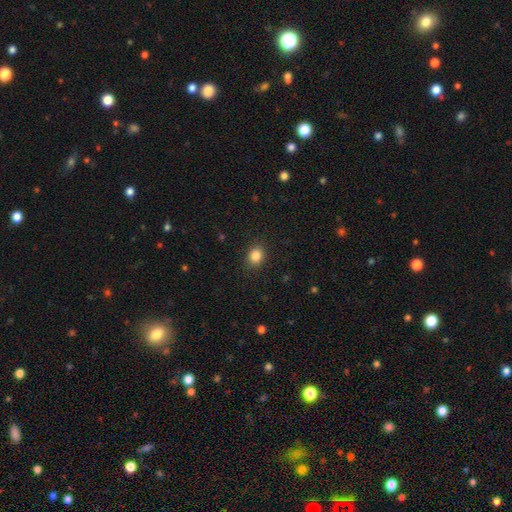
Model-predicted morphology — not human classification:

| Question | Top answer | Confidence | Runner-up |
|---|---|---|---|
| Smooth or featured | smooth | 86% | star or artifact (10%) |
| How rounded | round | 58% | in between (41%) |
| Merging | none | 88% | minor disturbance (9%) |